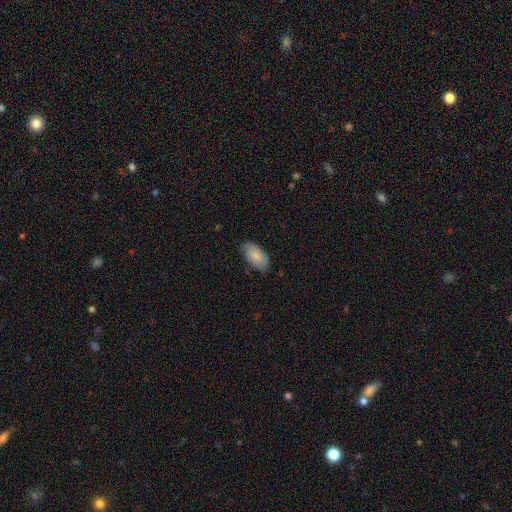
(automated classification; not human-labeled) smooth-or-featured: smooth: 81% | featured or disk: 14% | star or artifact: 6%
  how-rounded: in between: 94% | cigar-shaped: 3% | round: 3%
  merging: none: 78% | minor disturbance: 18% | major disturbance: 3% | merger: 1%